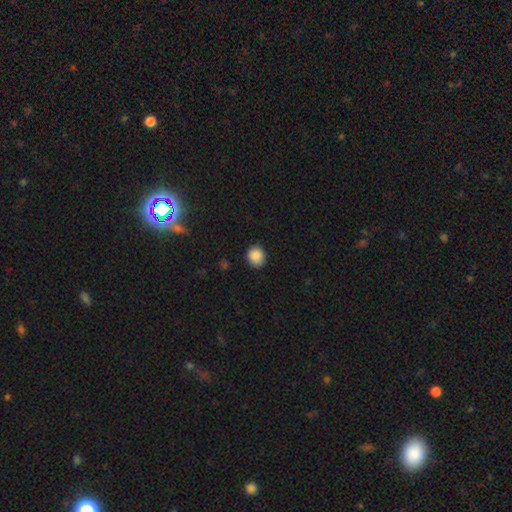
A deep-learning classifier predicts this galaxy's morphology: smooth_or_featured: smooth (p=0.88) [alt: star or artifact p=0.09]
how_rounded: round (p=0.83) [alt: in between p=0.16]
merging: none (p=0.88) [alt: minor disturbance p=0.09]